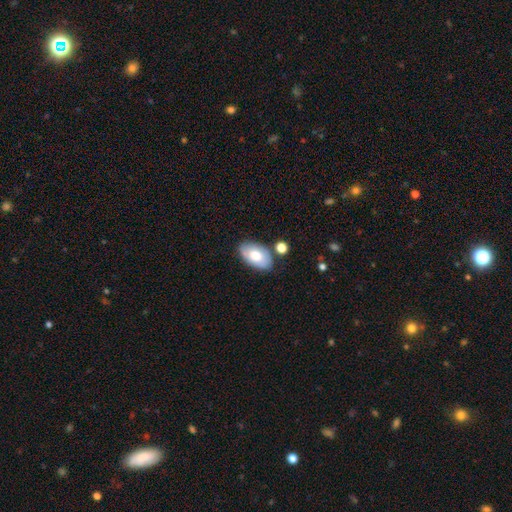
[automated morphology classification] This appears to be a smooth galaxy with no disk features (71%) that is in between round and cigar-shaped (93%). Merging: none (73%).